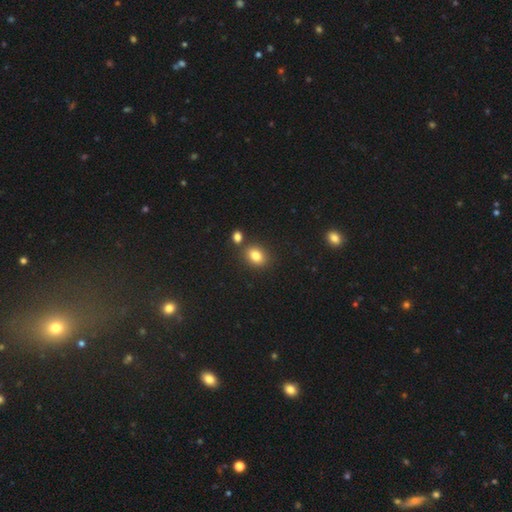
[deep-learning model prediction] Smooth or featured: smooth — 82% (star or artifact — 11%)
How rounded: in between — 60% (round — 38%)
Merging: none — 75% (merger — 13%)